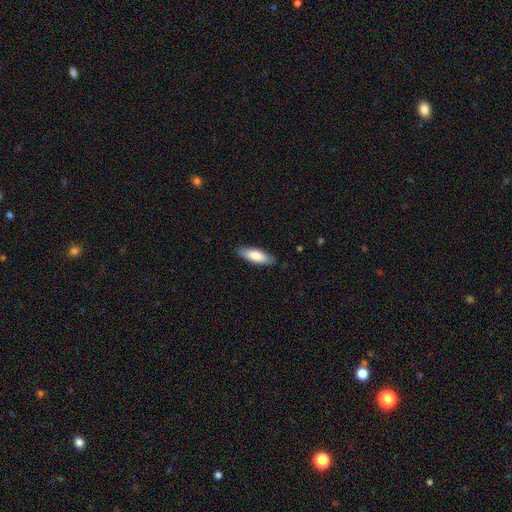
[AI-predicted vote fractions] Smooth or featured? smooth (79%)
How rounded? in between (58%)
Merging? none (85%)